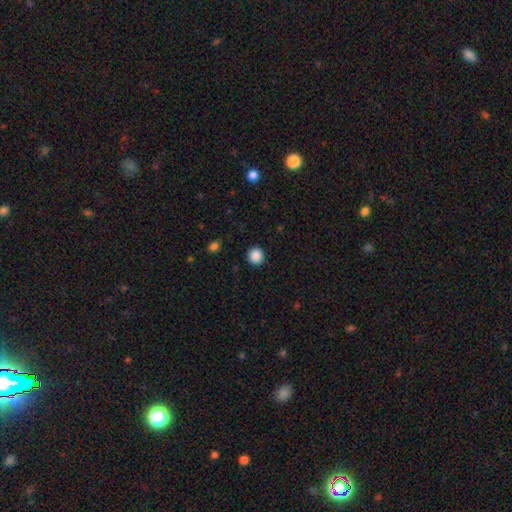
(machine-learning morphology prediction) Overall: smooth (88%). How rounded: round (93%). Merging: none (92%).